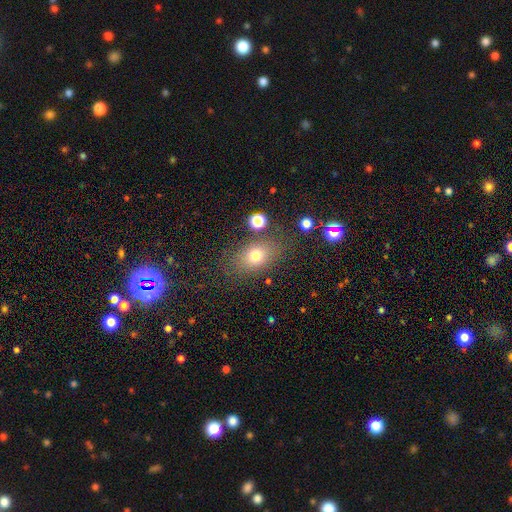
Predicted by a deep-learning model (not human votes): smooth-or-featured: smooth: 74% | star or artifact: 13% | featured or disk: 13%
  how-rounded: in between: 71% | round: 27% | cigar-shaped: 2%
  merging: none: 74% | minor disturbance: 14% | major disturbance: 7% | merger: 4%